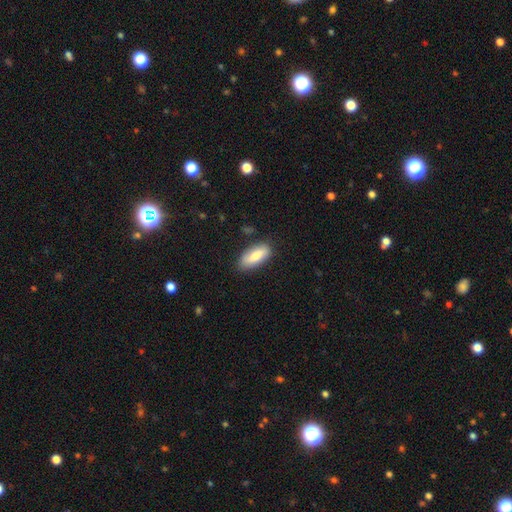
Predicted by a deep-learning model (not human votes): Smooth or featured? Predicted: smooth (p=0.79). How rounded? Predicted: in between (p=0.83). Merging? Predicted: none (p=0.80).